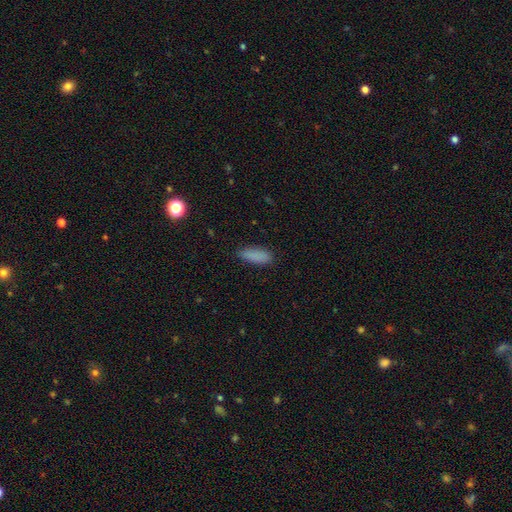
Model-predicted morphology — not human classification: A smooth galaxy with no disk features (87%) that is in between round and cigar-shaped (57%).

Vote fractions:
- Smooth or featured? smooth: 87% / star or artifact: 8% / featured or disk: 5%
- How rounded? in between: 57% / cigar-shaped: 41% / round: 2%
- Merging? none: 85% / minor disturbance: 12% / major disturbance: 3% / merger: 1%